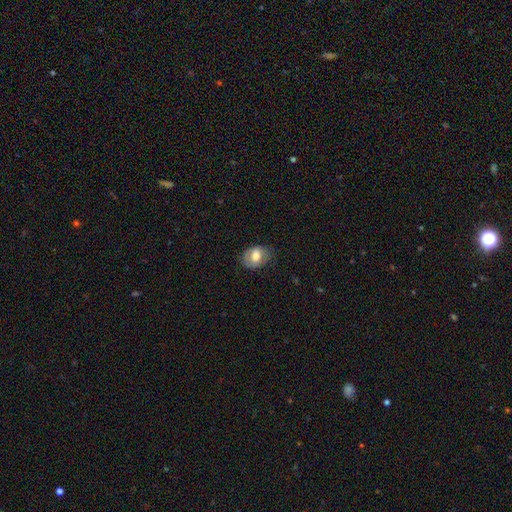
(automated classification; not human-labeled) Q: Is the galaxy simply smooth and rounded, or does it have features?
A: smooth — 68%.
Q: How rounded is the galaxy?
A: in between — 74%.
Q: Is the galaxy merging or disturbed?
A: none — 70%.